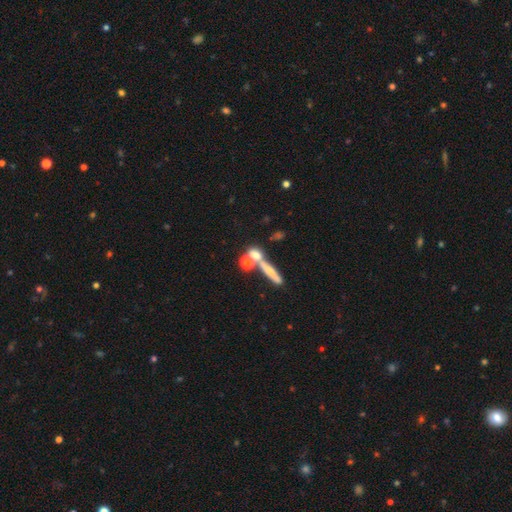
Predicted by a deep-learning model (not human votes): smooth-or-featured: smooth: 58% | featured or disk: 26% | star or artifact: 16%
  how-rounded: round: 43% | cigar-shaped: 33% | in between: 23%
  merging: none: 42% | merger: 39% | minor disturbance: 10% | major disturbance: 8%